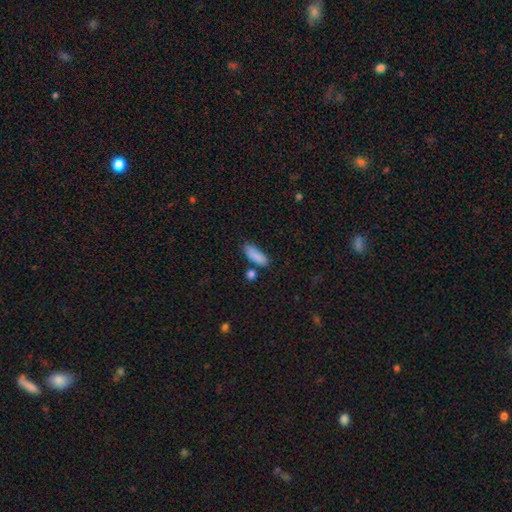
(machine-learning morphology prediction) Smooth or featured: smooth — 86% (star or artifact — 8%)
How rounded: in between — 58% (cigar-shaped — 40%)
Merging: none — 68% (minor disturbance — 17%)